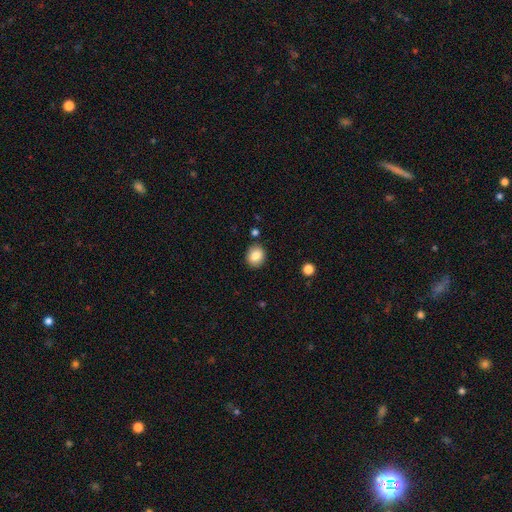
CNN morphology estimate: type=smooth (84%); roundness=round (73%); merging=none (87%).